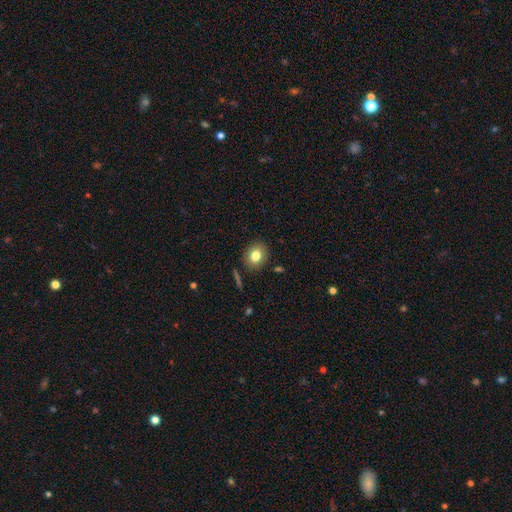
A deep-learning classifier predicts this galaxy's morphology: A smooth galaxy with no disk features (80%) that is round (51%). Merging: none (86%).